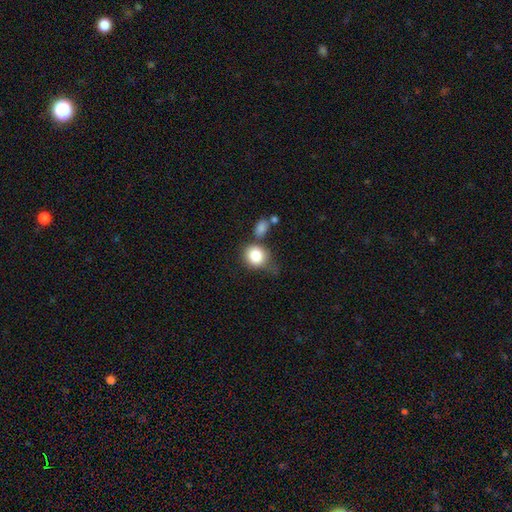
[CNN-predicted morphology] type=smooth (83%); roundness=round (78%); merging=none (49%).